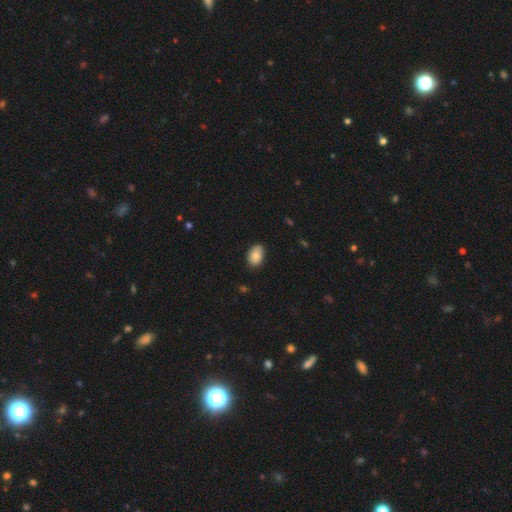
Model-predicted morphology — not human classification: Smooth or featured? Predicted: smooth (p=0.87). How rounded? Predicted: in between (p=0.90). Merging? Predicted: none (p=0.83).